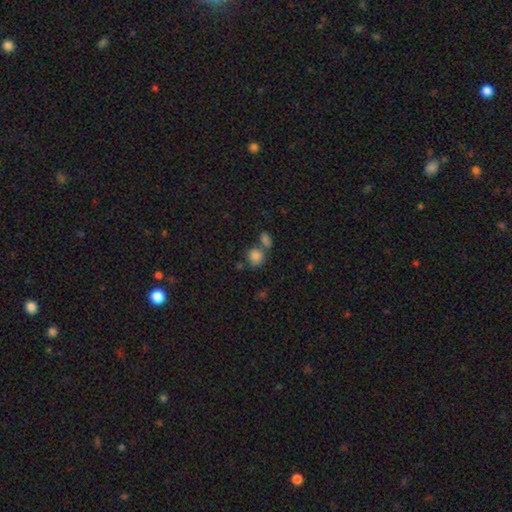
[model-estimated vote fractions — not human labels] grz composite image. It shows a smooth galaxy with no disk features (83%) that is round (77%). Merging: none (48%).